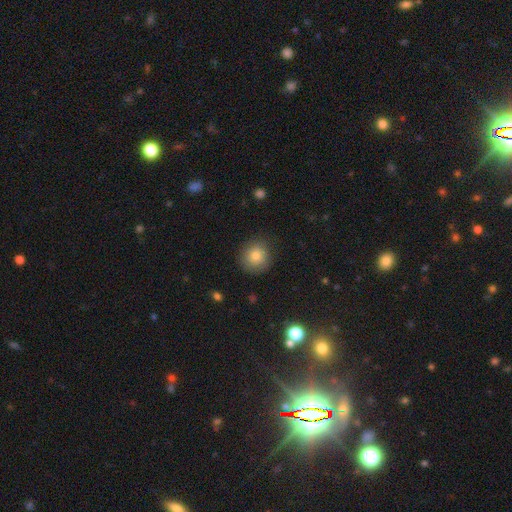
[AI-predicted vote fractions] Smooth or featured: smooth — 81% (star or artifact — 10%)
How rounded: round — 91% (in between — 8%)
Merging: none — 83% (minor disturbance — 12%)